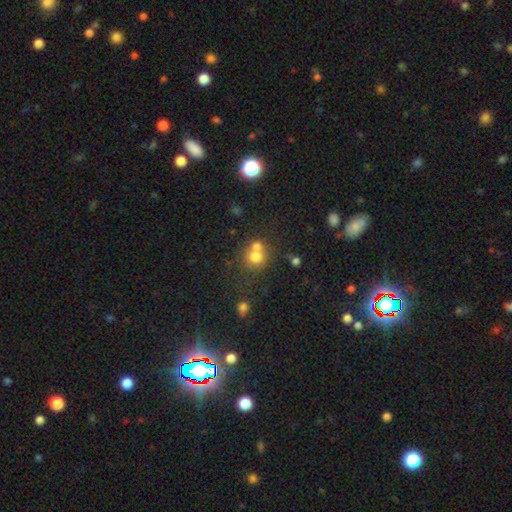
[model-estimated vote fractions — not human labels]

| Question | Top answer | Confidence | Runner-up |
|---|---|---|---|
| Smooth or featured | smooth | 71% | featured or disk (15%) |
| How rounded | round | 81% | in between (18%) |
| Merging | merger | 48% | none (40%) |